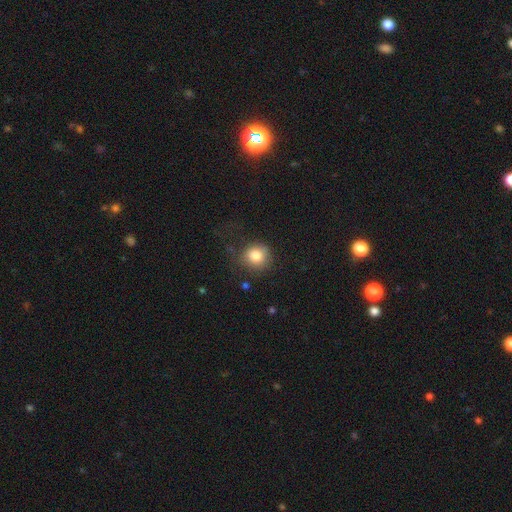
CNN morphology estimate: Smooth or featured? smooth (82%)
How rounded? round (85%)
Merging? none (68%)